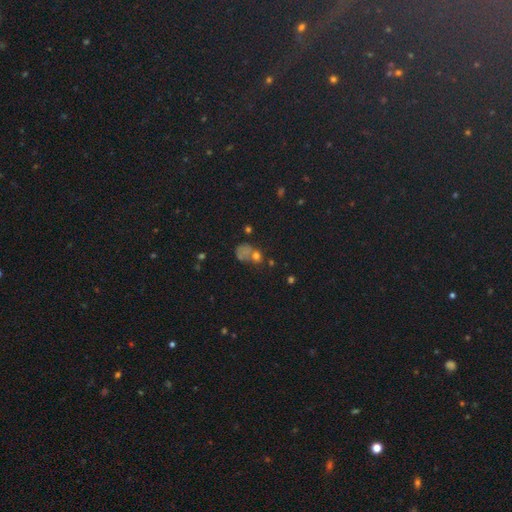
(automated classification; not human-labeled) This is possibly a smooth galaxy (55%). How rounded: likely round (65%). Merging: marginally none (37%).